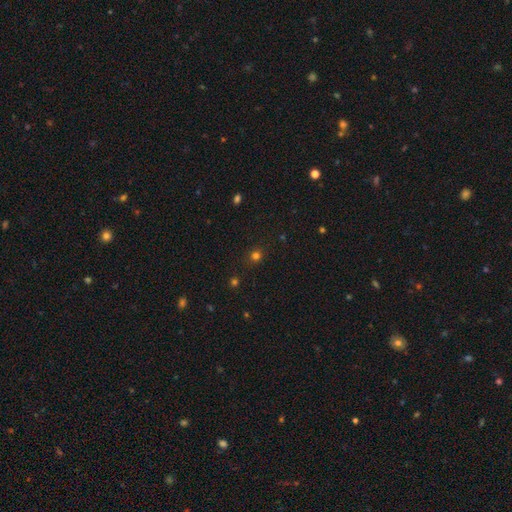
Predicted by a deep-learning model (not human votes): Smooth or featured? smooth (72%)
How rounded? round (86%)
Merging? none (87%)